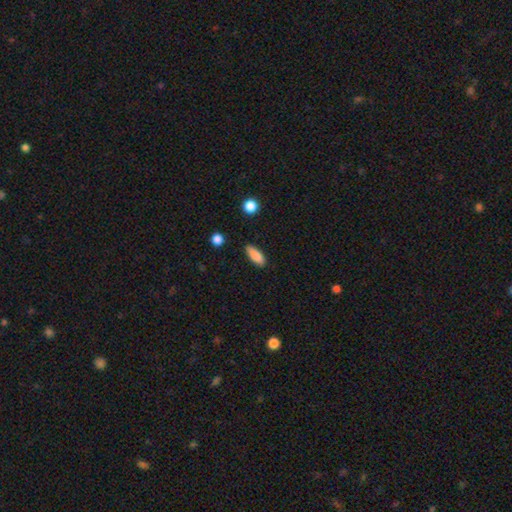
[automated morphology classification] smooth_or_featured: smooth (p=0.86) [alt: star or artifact p=0.07]
how_rounded: in between (p=0.70) [alt: cigar-shaped p=0.28]
merging: none (p=0.78) [alt: minor disturbance p=0.17]